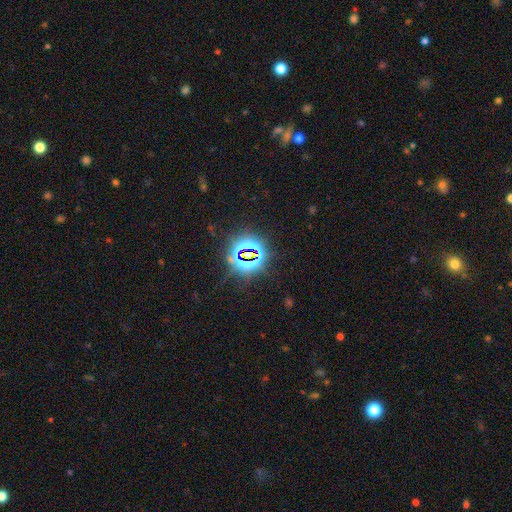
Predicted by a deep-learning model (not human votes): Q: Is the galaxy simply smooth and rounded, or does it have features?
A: star or artifact — 82%.